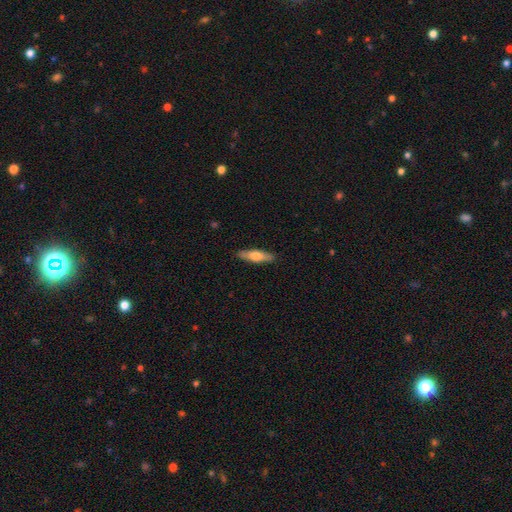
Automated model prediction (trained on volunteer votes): Smooth or featured?
  - smooth: 61% *
  - featured or disk: 34%
  - star or artifact: 6%
How rounded?
  - cigar-shaped: 68% *
  - in between: 30%
  - round: 2%
Merging?
  - none: 89% *
  - minor disturbance: 8%
  - major disturbance: 2%
  - merger: 1%